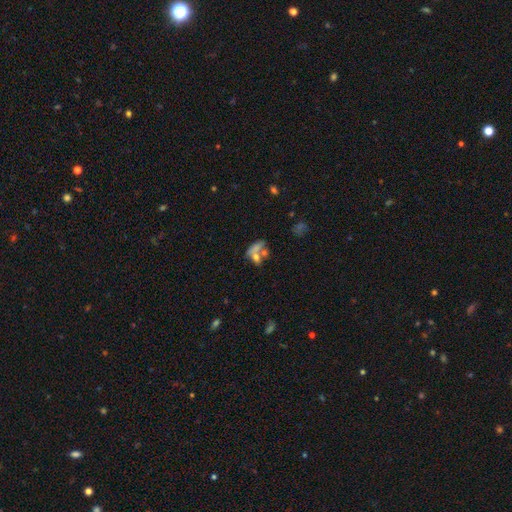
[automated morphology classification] Q: Smooth or featured?
A: smooth (57%); runner-up: featured or disk (29%)
Q: How rounded?
A: in between (71%); runner-up: round (21%)
Q: Merging?
A: merger (51%); runner-up: none (27%)